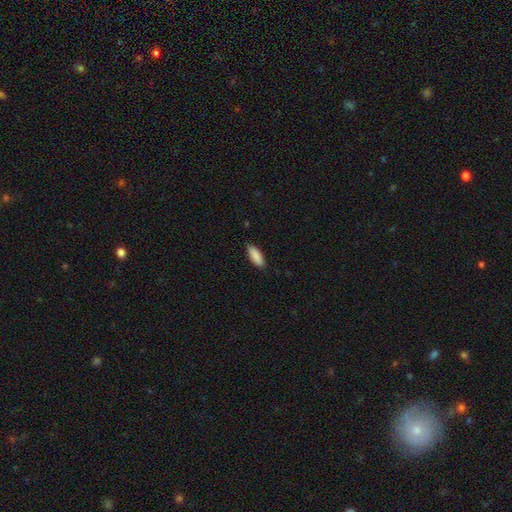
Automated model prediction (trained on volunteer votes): Smooth or featured? Predicted: smooth (p=0.89). How rounded? Predicted: in between (p=0.70). Merging? Predicted: none (p=0.87).